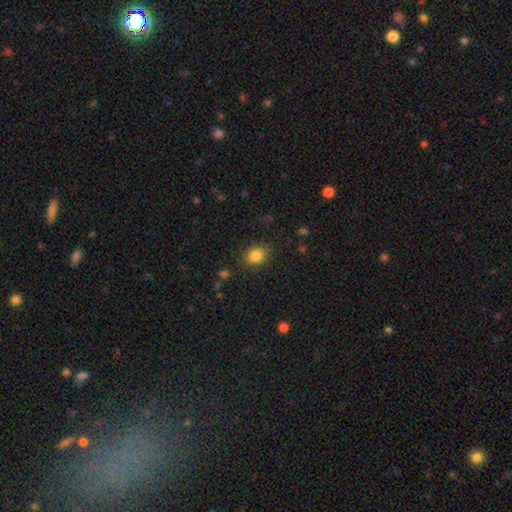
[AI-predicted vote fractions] This is clearly a smooth galaxy (84%). How rounded: possibly round (58%). Merging: clearly none (84%).